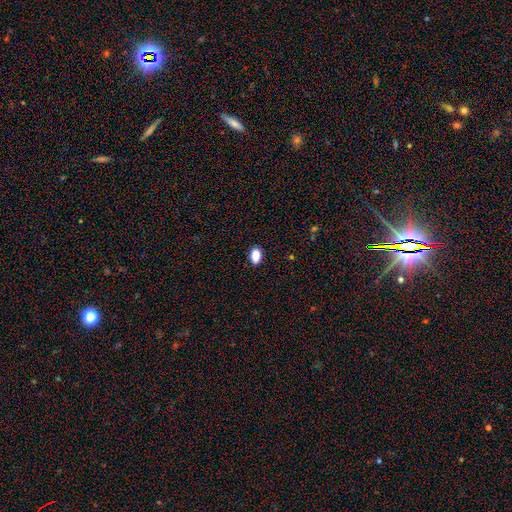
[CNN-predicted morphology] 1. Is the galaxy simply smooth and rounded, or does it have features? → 89% smooth, 8% star or artifact, 3% featured or disk.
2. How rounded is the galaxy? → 89% in between, 9% round, 2% cigar-shaped.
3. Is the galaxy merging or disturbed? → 88% none, 9% minor disturbance, 2% major disturbance, 1% merger.